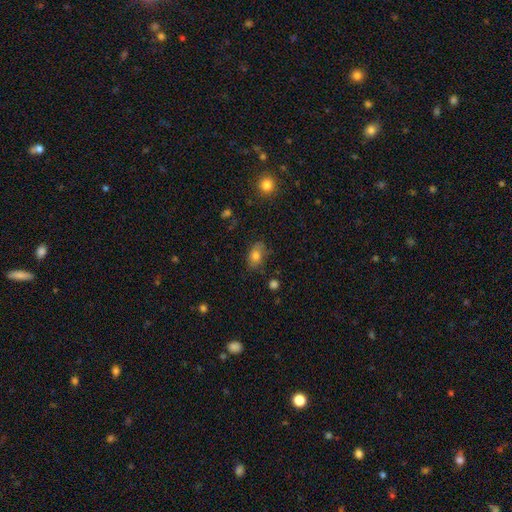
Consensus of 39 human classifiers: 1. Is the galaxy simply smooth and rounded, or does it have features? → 87% smooth, 13% featured or disk, 0% star or artifact.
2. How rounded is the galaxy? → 88% in between, 12% round, 0% cigar-shaped.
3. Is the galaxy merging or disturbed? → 67% none, 28% minor disturbance, 3% major disturbance, 3% merger.